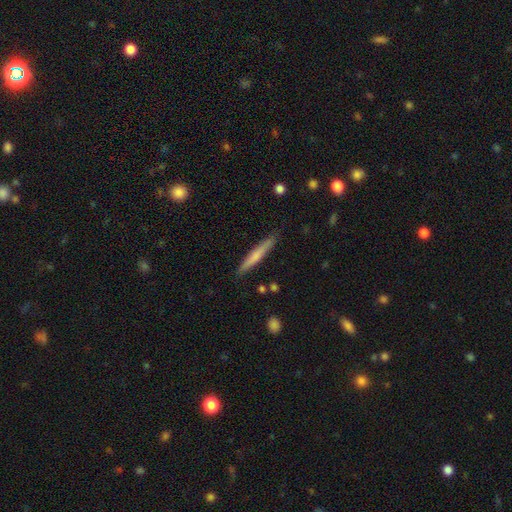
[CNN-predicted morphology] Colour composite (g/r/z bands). It shows a smooth galaxy with no disk features (62%) that is cigar-shaped (95%). Merging: none (87%).